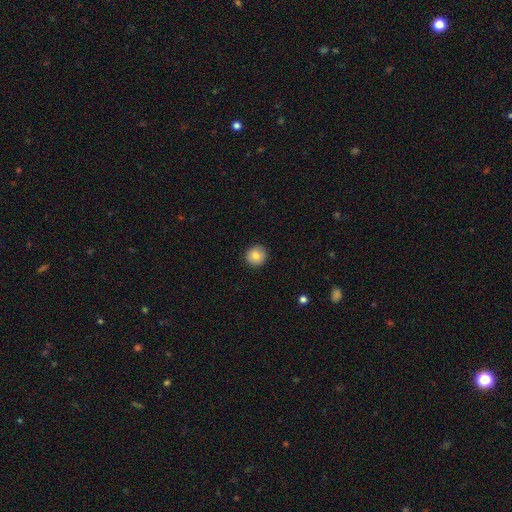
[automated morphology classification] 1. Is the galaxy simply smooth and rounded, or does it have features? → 82% smooth, 9% featured or disk, 9% star or artifact.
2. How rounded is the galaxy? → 93% round, 6% in between, 1% cigar-shaped.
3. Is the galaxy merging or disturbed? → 92% none, 6% minor disturbance, 2% major disturbance, 1% merger.